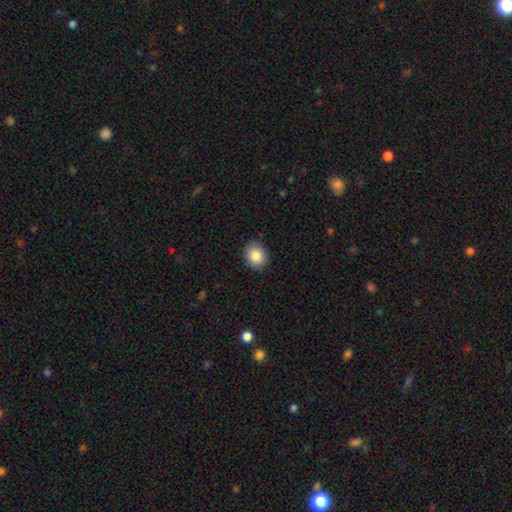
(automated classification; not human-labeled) This appears to be a smooth galaxy with no disk features (86%) that is round (62%). Merging: none (89%).